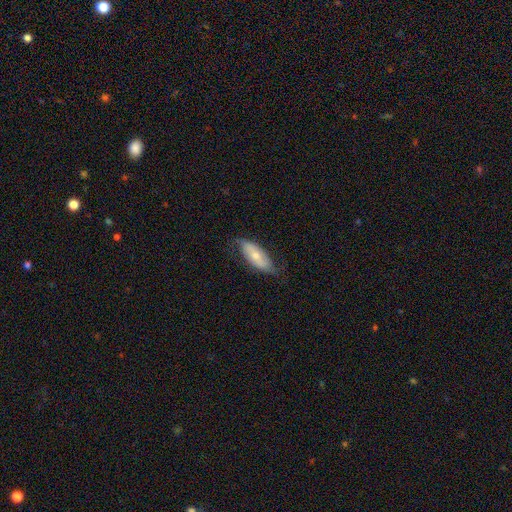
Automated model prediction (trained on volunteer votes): smooth 57%, featured or disk 37%, star or artifact 6%. Down the decision tree: how rounded — in between (79%); merging — none (66%).